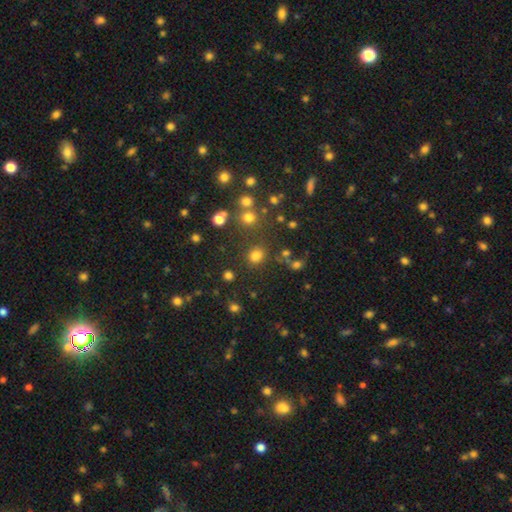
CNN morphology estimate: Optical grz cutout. It shows a smooth galaxy with no disk features (76%) that is round (71%). Merging: none (74%).